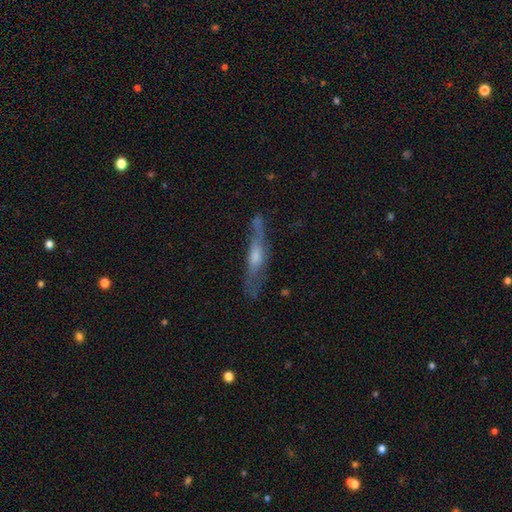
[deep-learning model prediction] A featured or disk galaxy (68%) viewed edge-on (75%) with a rounded central bulge (67%). Merging: none (68%).